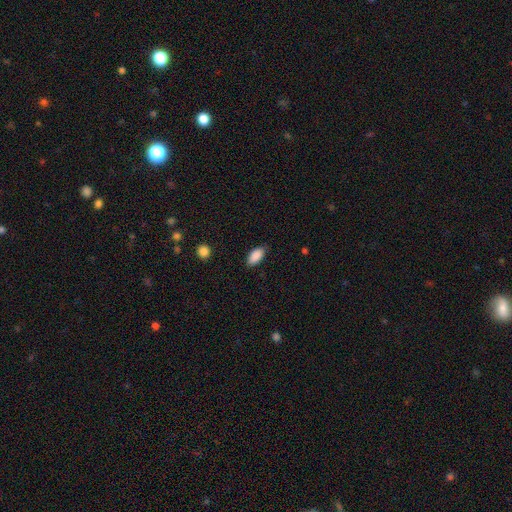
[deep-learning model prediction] Smooth or featured? Predicted: smooth (p=0.89). How rounded? Predicted: in between (p=0.92). Merging? Predicted: none (p=0.83).